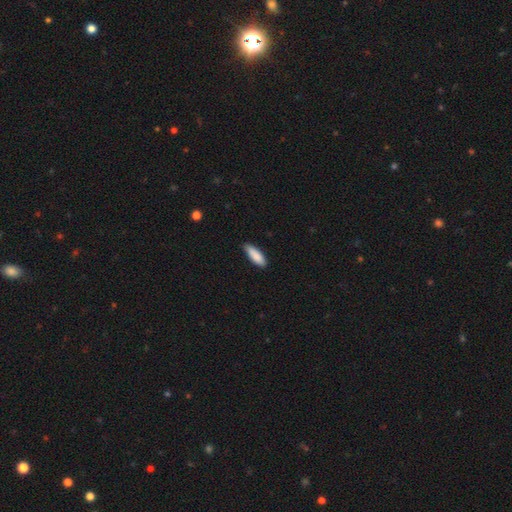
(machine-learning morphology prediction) smooth-or-featured: smooth: 88% | featured or disk: 6% | star or artifact: 6%
  how-rounded: in between: 55% | cigar-shaped: 43% | round: 2%
  merging: none: 81% | minor disturbance: 16% | major disturbance: 2% | merger: 1%